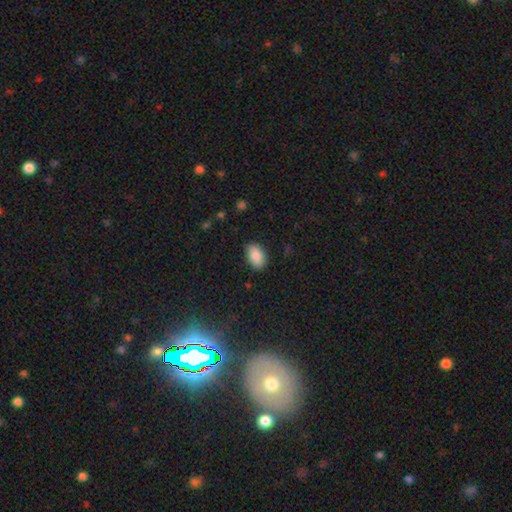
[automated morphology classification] smooth-or-featured: smooth: 87% | star or artifact: 7% | featured or disk: 6%
  how-rounded: in between: 90% | round: 9% | cigar-shaped: 1%
  merging: none: 86% | minor disturbance: 11% | major disturbance: 2% | merger: 1%